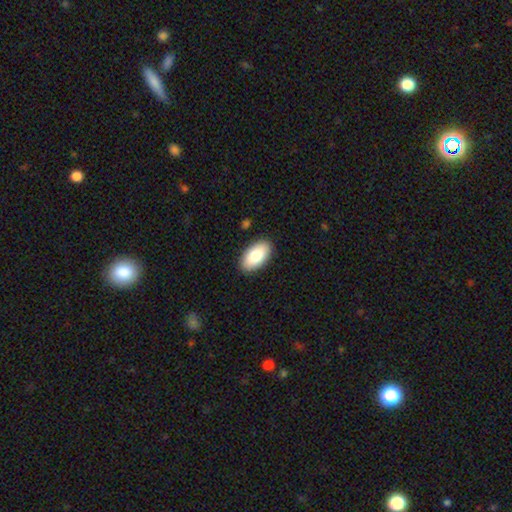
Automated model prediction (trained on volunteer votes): Smooth or featured? Predicted: smooth (p=0.83). How rounded? Predicted: in between (p=0.95). Merging? Predicted: none (p=0.89).